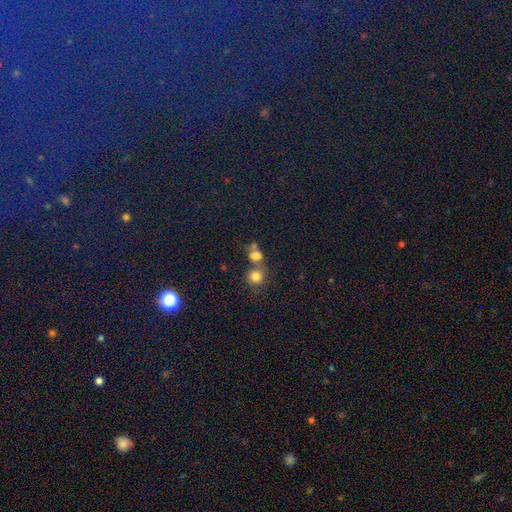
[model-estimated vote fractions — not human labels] Smooth or featured: smooth — 72% (star or artifact — 17%)
How rounded: round — 54% (in between — 43%)
Merging: merger — 49% (none — 36%)